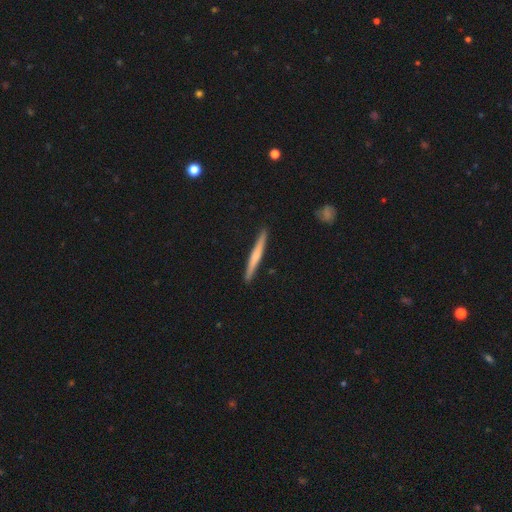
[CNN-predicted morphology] Smooth or featured? Predicted: smooth (p=0.54). How rounded? Predicted: cigar-shaped (p=0.97). Merging? Predicted: none (p=0.92).